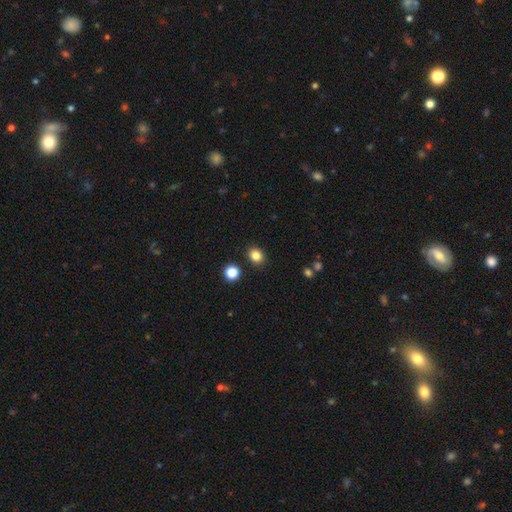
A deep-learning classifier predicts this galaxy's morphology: Smooth or featured?
  - smooth: 83% *
  - star or artifact: 12%
  - featured or disk: 4%
How rounded?
  - round: 63% *
  - in between: 36%
  - cigar-shaped: 1%
Merging?
  - none: 88% *
  - minor disturbance: 7%
  - merger: 3%
  - major disturbance: 2%